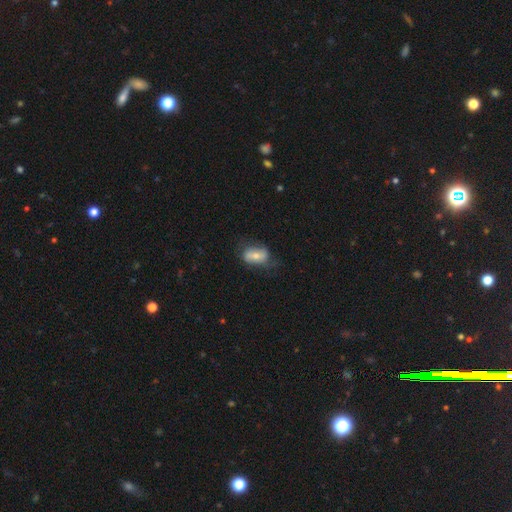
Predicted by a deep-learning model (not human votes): smooth-or-featured: smooth: 52% | featured or disk: 40% | star or artifact: 8%
  how-rounded: in between: 85% | round: 10% | cigar-shaped: 4%
  merging: none: 57% | minor disturbance: 28% | major disturbance: 14% | merger: 2%